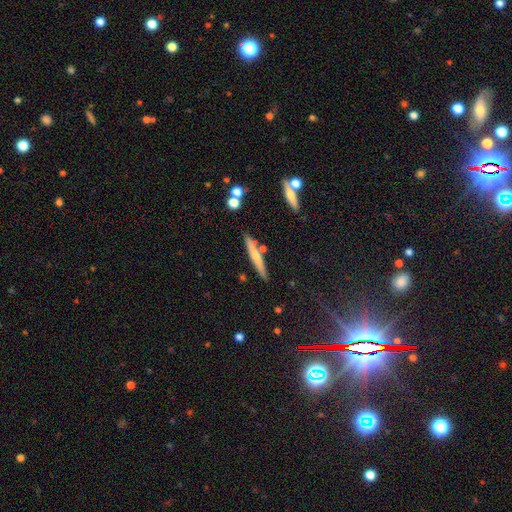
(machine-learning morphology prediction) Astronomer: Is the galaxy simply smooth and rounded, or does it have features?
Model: smooth — 58% (runner-up: featured or disk, 36%).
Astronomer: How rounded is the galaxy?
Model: cigar-shaped — 94%.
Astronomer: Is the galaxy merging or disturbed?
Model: none — 80%.